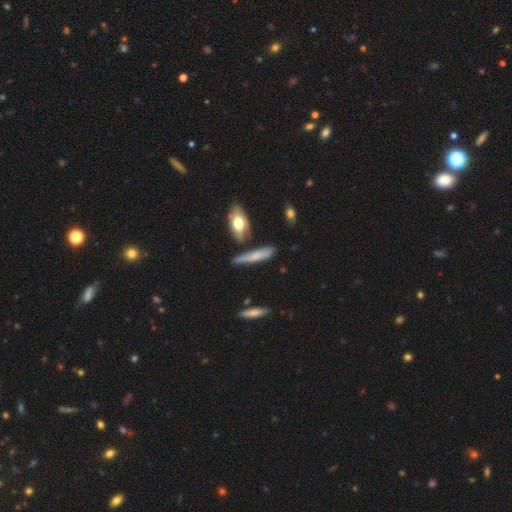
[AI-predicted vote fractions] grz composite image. It shows a smooth galaxy with no disk features (61%) that is cigar-shaped (79%). Merging: none (66%).